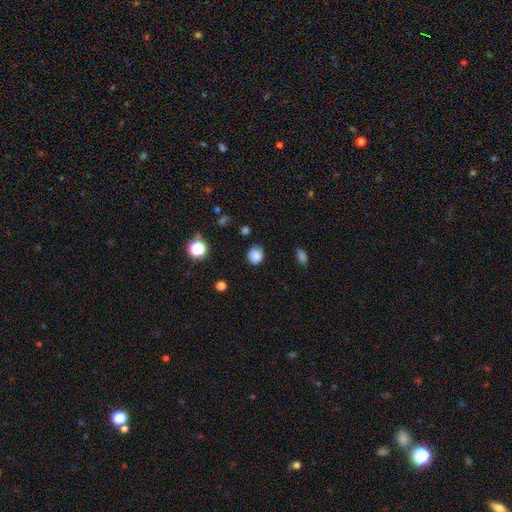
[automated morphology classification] A smooth galaxy with no disk features (83%) that is round (81%).

Vote fractions:
- Smooth or featured? smooth: 83% / star or artifact: 12% / featured or disk: 5%
- How rounded? round: 81% / in between: 18% / cigar-shaped: 1%
- Merging? none: 80% / minor disturbance: 15% / major disturbance: 3% / merger: 2%